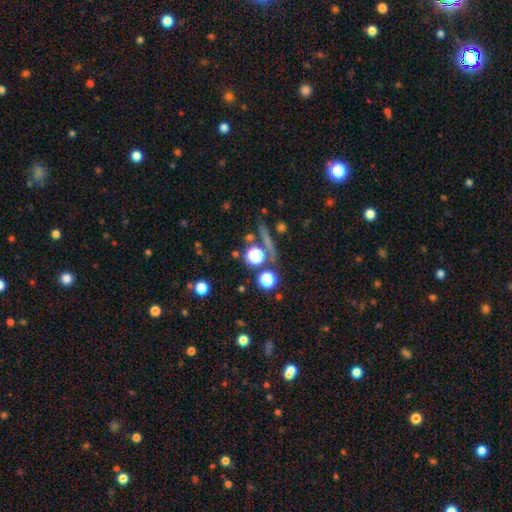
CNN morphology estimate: A star or artifact, not a galaxy (54%).